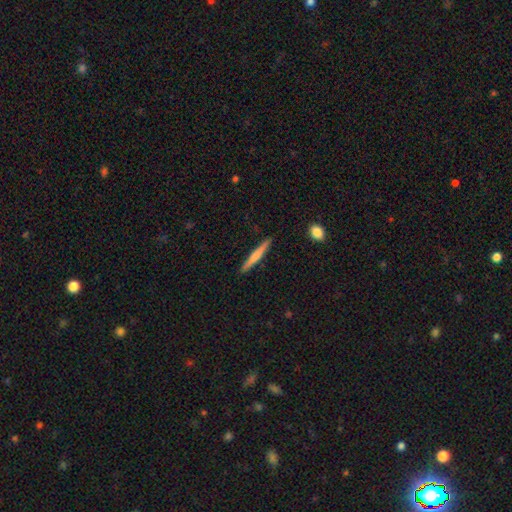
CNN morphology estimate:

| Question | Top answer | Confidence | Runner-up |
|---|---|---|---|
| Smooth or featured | smooth | 56% | featured or disk (38%) |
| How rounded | cigar-shaped | 96% | in between (3%) |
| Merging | none | 91% | minor disturbance (7%) |